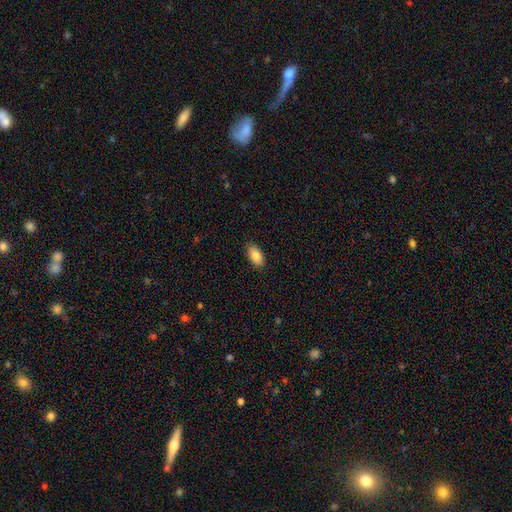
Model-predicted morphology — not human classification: A smooth galaxy with no disk features (85%) that is in between round and cigar-shaped (93%). Merging: none (87%).